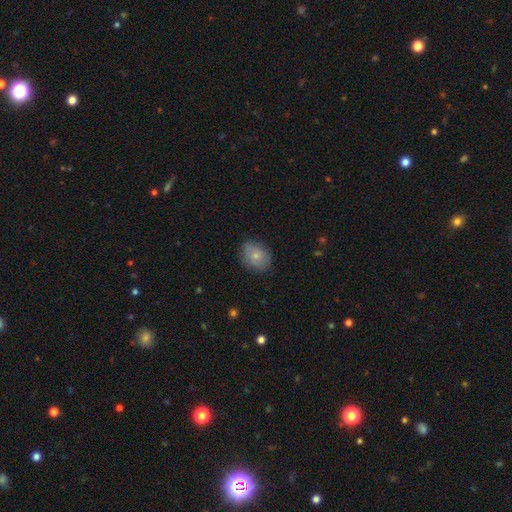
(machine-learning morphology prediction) Overall: smooth (72%). How rounded: round (55%; in between 44%). Merging: none (80%).